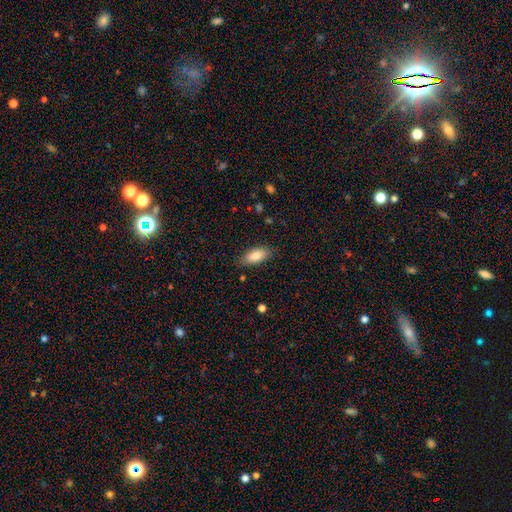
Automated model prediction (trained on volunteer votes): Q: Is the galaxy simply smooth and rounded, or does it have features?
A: smooth — 83%.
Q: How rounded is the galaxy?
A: in between — 84%.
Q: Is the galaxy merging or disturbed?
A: none — 83%.